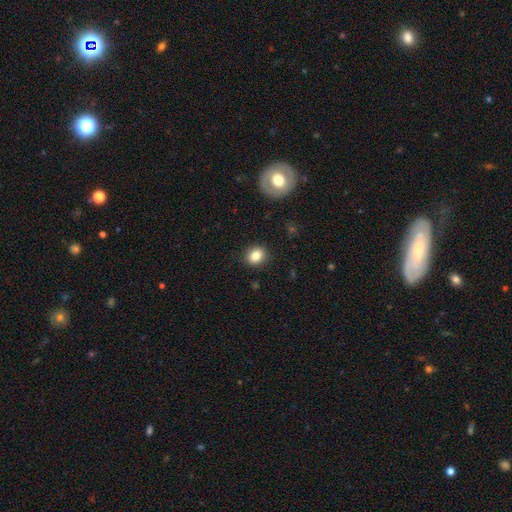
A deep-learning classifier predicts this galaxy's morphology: This is clearly a smooth galaxy (83%). How rounded: possibly round (60%). Merging: clearly none (88%).